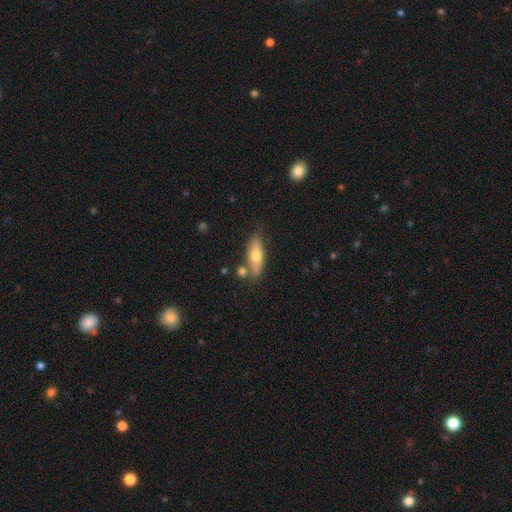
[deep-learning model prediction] Morphology: type=smooth (62%); roundness=in between (57%); merging=none (71%).